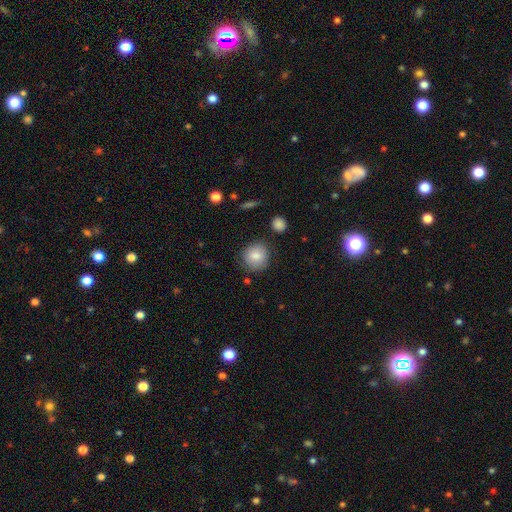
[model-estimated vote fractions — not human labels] Smooth or featured? smooth (83%)
How rounded? round (90%)
Merging? none (81%)